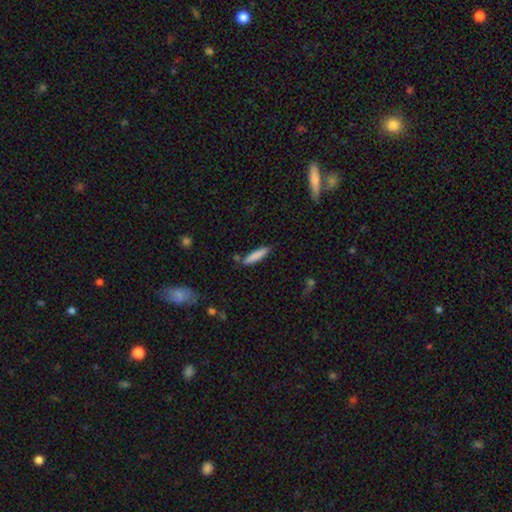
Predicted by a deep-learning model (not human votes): A smooth galaxy with no disk features (83%) that is cigar-shaped (85%).

Vote fractions:
- Smooth or featured? smooth: 83% / featured or disk: 11% / star or artifact: 6%
- How rounded? cigar-shaped: 85% / in between: 14% / round: 1%
- Merging? none: 81% / minor disturbance: 12% / merger: 5% / major disturbance: 2%